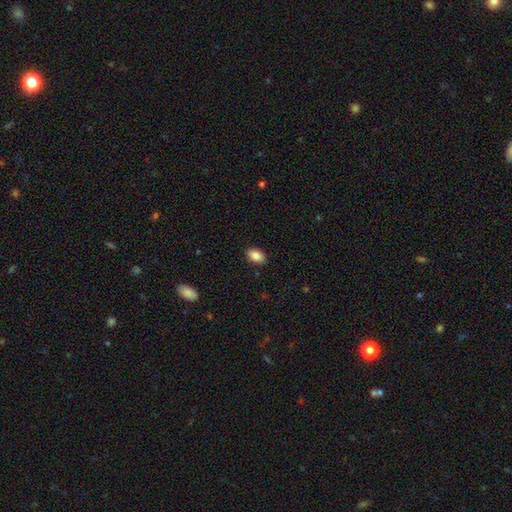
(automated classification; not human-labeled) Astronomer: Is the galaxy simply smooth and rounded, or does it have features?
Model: smooth — 86%.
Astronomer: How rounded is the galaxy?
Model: in between — 88%.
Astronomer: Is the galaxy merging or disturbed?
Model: none — 88%.